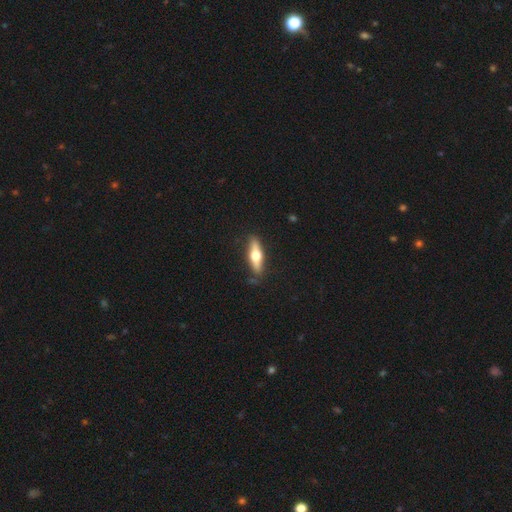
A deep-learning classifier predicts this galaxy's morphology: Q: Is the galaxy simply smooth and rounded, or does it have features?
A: featured or disk — 48%.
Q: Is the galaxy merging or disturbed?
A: none — 85%.